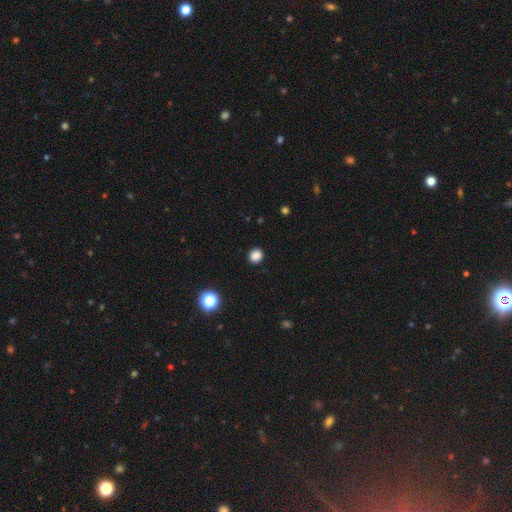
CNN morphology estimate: Smooth or featured?
  - smooth: 85% *
  - star or artifact: 12%
  - featured or disk: 3%
How rounded?
  - round: 82% *
  - in between: 17%
  - cigar-shaped: 1%
Merging?
  - none: 91% *
  - minor disturbance: 6%
  - major disturbance: 2%
  - merger: 1%